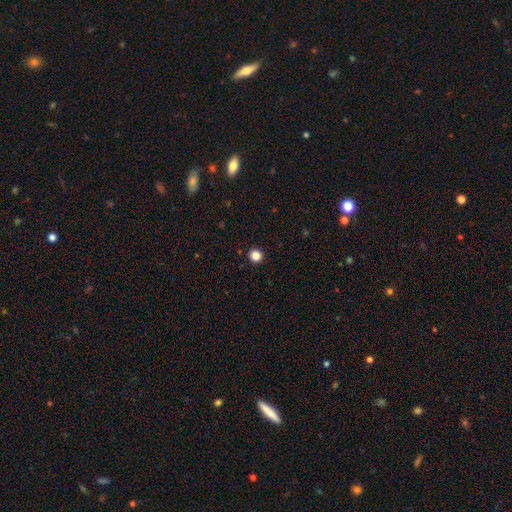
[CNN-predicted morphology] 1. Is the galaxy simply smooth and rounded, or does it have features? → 86% smooth, 12% star or artifact, 3% featured or disk.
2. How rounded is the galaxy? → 95% round, 4% in between, 1% cigar-shaped.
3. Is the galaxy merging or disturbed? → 94% none, 4% minor disturbance, 2% major disturbance, 1% merger.